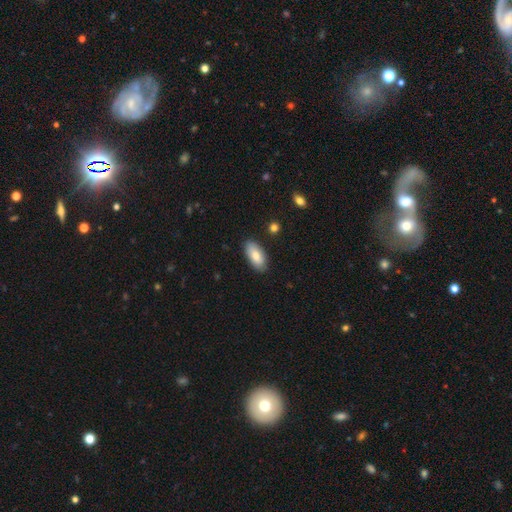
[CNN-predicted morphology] Q: Smooth or featured?
A: smooth (80%); runner-up: featured or disk (14%)
Q: How rounded?
A: in between (90%); runner-up: cigar-shaped (7%)
Q: Merging?
A: none (86%); runner-up: minor disturbance (11%)